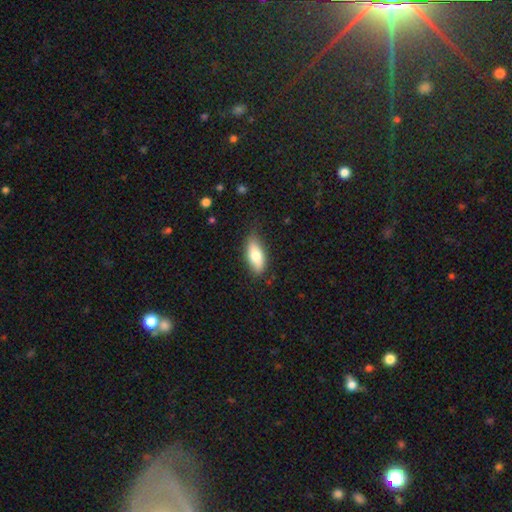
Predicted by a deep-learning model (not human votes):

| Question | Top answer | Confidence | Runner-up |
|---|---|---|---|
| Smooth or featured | smooth | 75% | featured or disk (19%) |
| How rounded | in between | 77% | cigar-shaped (20%) |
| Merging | none | 77% | minor disturbance (19%) |